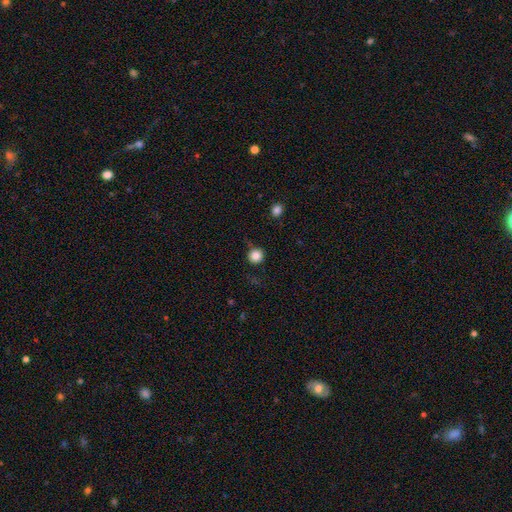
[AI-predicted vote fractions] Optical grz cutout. It shows a smooth galaxy with no disk features (84%) that is round (93%). Merging: none (80%).